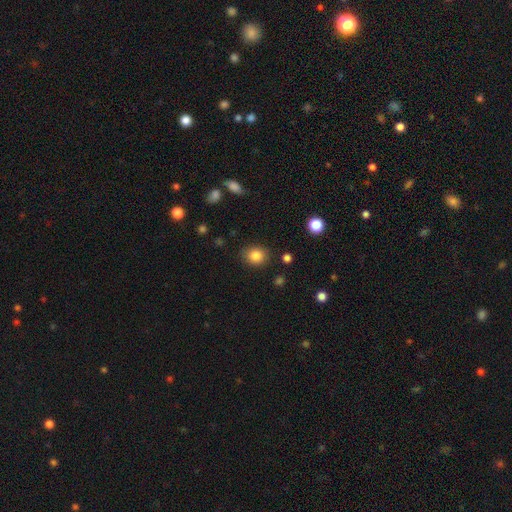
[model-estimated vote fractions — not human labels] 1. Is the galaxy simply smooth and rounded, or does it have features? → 85% smooth, 10% star or artifact, 5% featured or disk.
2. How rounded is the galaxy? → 69% round, 31% in between, 1% cigar-shaped.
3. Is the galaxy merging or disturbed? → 85% none, 10% minor disturbance, 3% major disturbance, 2% merger.